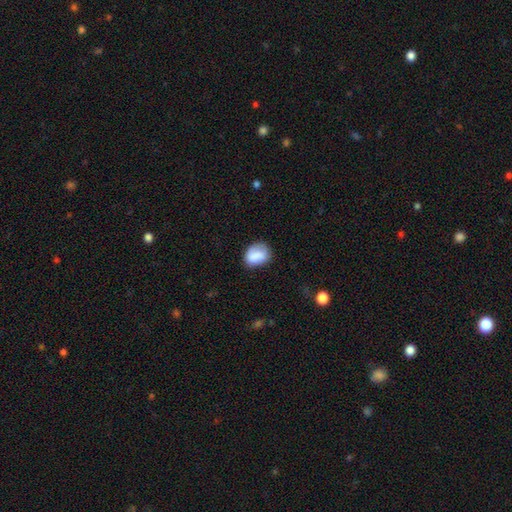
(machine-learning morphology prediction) Smooth or featured: smooth — 81% (featured or disk — 12%)
How rounded: in between — 62% (round — 37%)
Merging: none — 64% (minor disturbance — 26%)